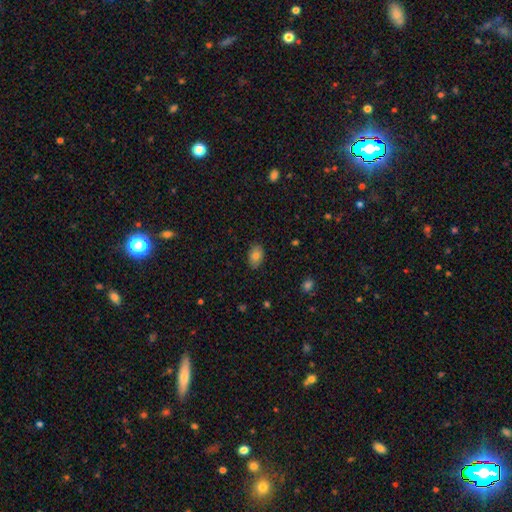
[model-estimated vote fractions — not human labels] This is clearly a smooth galaxy (81%). How rounded: clearly in between (86%). Merging: clearly none (86%).